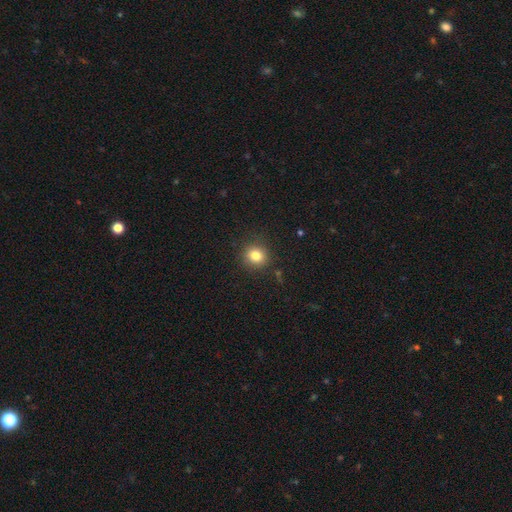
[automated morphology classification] Smooth or featured: smooth — 81% (star or artifact — 12%)
How rounded: round — 87% (in between — 12%)
Merging: none — 89% (minor disturbance — 7%)